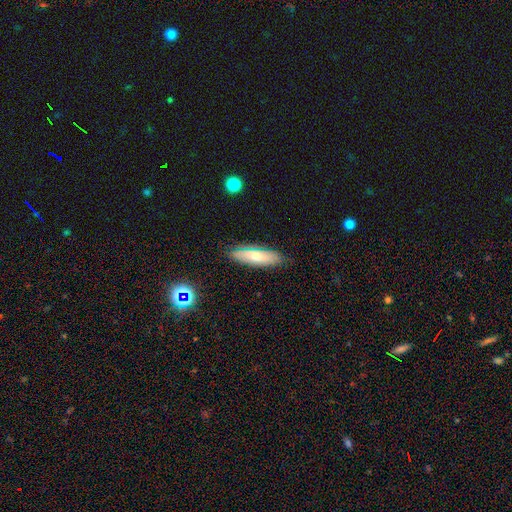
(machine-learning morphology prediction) Smooth or featured: smooth — 51% (featured or disk — 38%)
How rounded: in between — 52% (cigar-shaped — 45%)
Merging: none — 83% (minor disturbance — 13%)